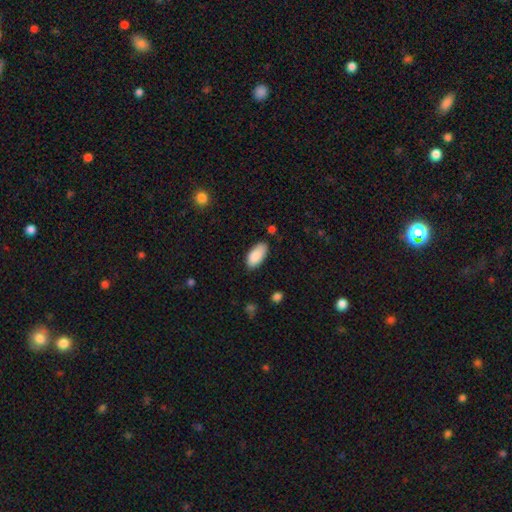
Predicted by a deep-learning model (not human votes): Smooth or featured?
  - smooth: 89% *
  - star or artifact: 6%
  - featured or disk: 5%
How rounded?
  - in between: 94% *
  - cigar-shaped: 5%
  - round: 2%
Merging?
  - none: 81% *
  - minor disturbance: 15%
  - major disturbance: 3%
  - merger: 2%